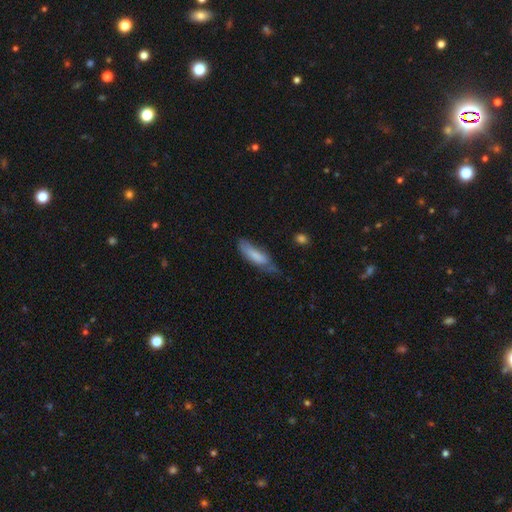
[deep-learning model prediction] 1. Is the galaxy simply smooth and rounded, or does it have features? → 73% smooth, 21% featured or disk, 6% star or artifact.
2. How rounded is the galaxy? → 56% cigar-shaped, 43% in between, 2% round.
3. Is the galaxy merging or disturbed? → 39% minor disturbance (tied), 39% none (tied), 19% major disturbance, 3% merger.